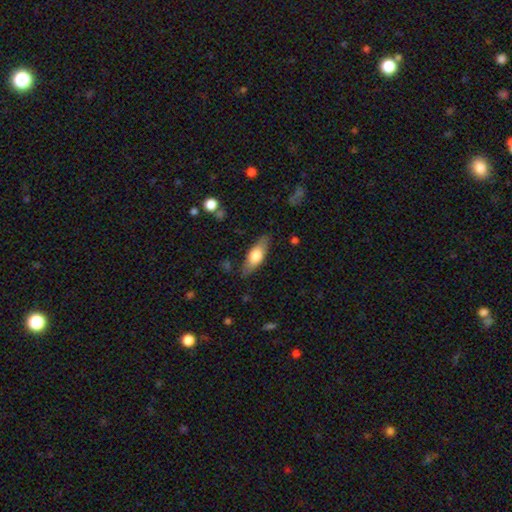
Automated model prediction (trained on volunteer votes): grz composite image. It shows a smooth galaxy with no disk features (62%) that is in between round and cigar-shaped (68%). Merging: none (83%).